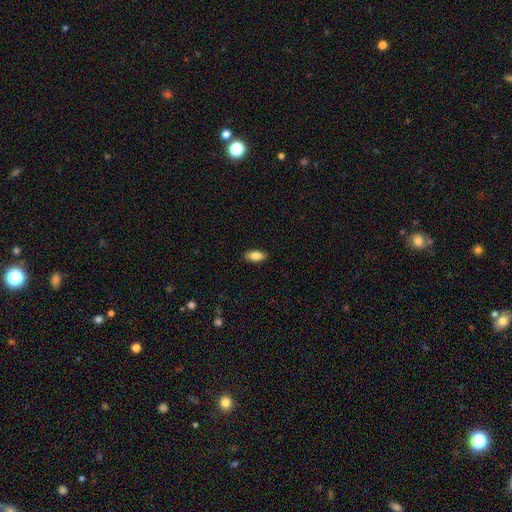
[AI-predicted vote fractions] This is clearly a smooth galaxy (86%). How rounded: clearly in between (91%). Merging: clearly none (88%).